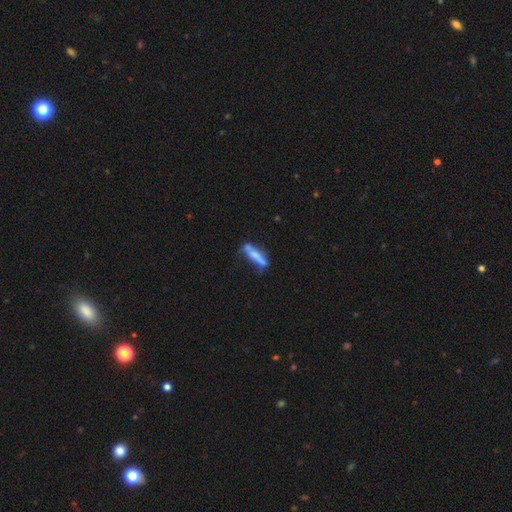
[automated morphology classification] This is possibly a smooth galaxy (58%). How rounded: likely cigar-shaped (77%). Merging: possibly none (46%).